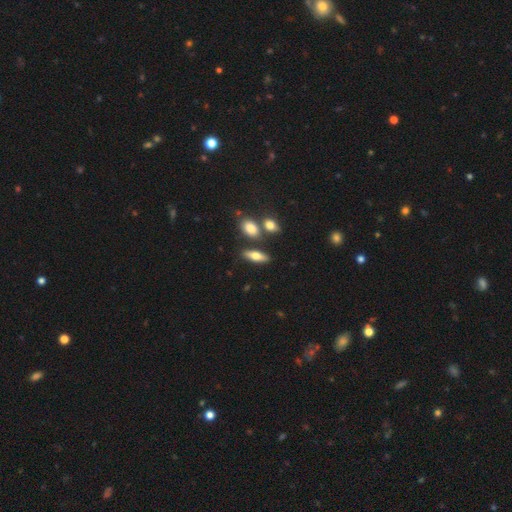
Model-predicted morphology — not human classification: Smooth or featured? smooth (61%)
How rounded? in between (60%)
Merging? none (77%)